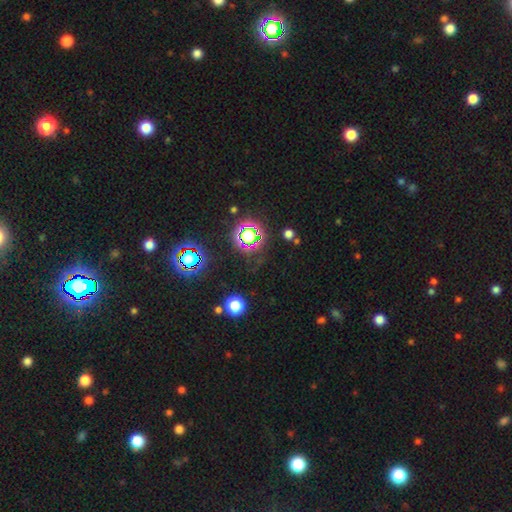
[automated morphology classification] smooth-or-featured: star or artifact: 79% | smooth: 13% | featured or disk: 7%